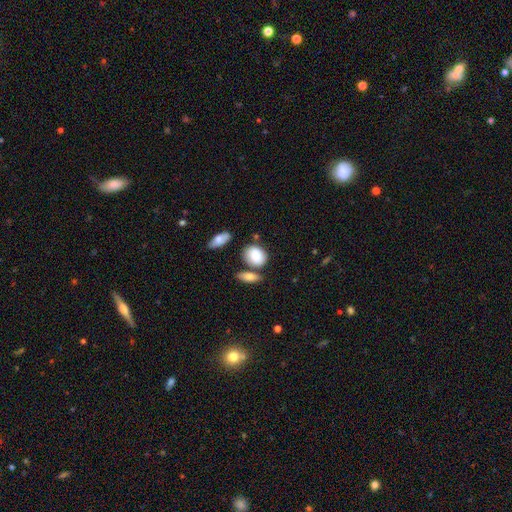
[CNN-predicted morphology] Overall: smooth (83%). How rounded: in between (60%; round 37%). Merging: none (57%; minor disturbance 21%).